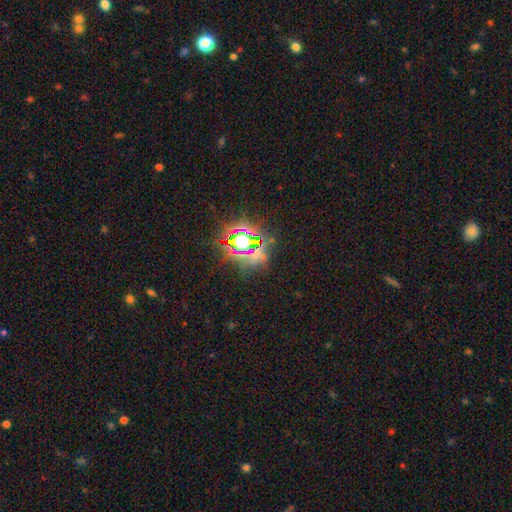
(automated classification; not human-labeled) Smooth or featured: star or artifact — 71% (smooth — 19%)